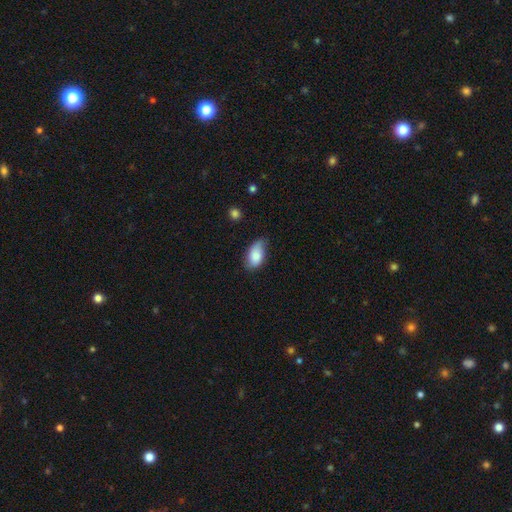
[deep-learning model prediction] The model was most divided on "merging": none: 48%, minor disturbance: 41%, major disturbance: 9%, merger: 2%. More confident: how rounded — in between (92%); smooth or featured — smooth (82%).